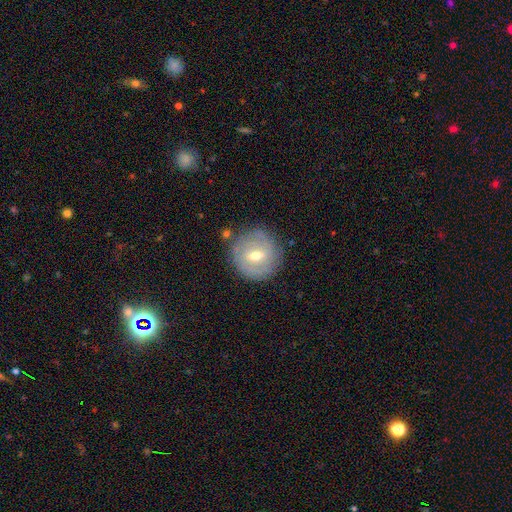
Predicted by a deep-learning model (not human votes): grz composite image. It shows a featured or disk galaxy (57%) with a weak bar (58%), spiral arms (61%) and a moderate central bulge (67%). Merging: none (80%).